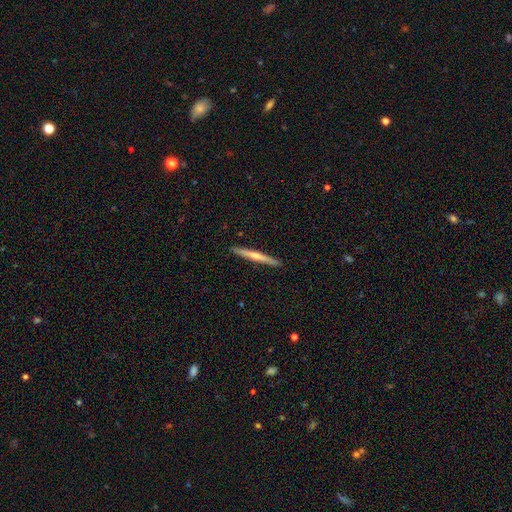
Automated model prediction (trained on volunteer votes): Q: Smooth or featured?
A: featured or disk (56%); runner-up: smooth (38%)
Q: Edge-on disk?
A: yes (97%); runner-up: no (3%)
Q: Edge-on bulge?
A: rounded (63%); runner-up: none (33%)
Q: Merging?
A: none (92%); runner-up: minor disturbance (5%)